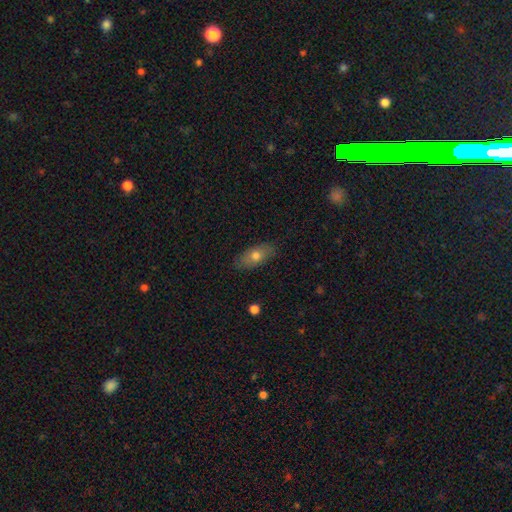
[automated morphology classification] smooth-or-featured: smooth: 71% | featured or disk: 22% | star or artifact: 7%
  how-rounded: in between: 85% | cigar-shaped: 11% | round: 5%
  merging: none: 84% | minor disturbance: 12% | major disturbance: 2% | merger: 1%